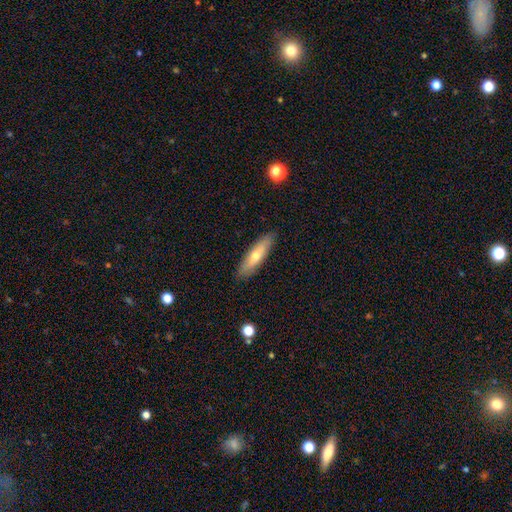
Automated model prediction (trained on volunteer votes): Smooth or featured: smooth — 60% (featured or disk — 34%)
How rounded: cigar-shaped — 66% (in between — 32%)
Merging: none — 87% (minor disturbance — 9%)